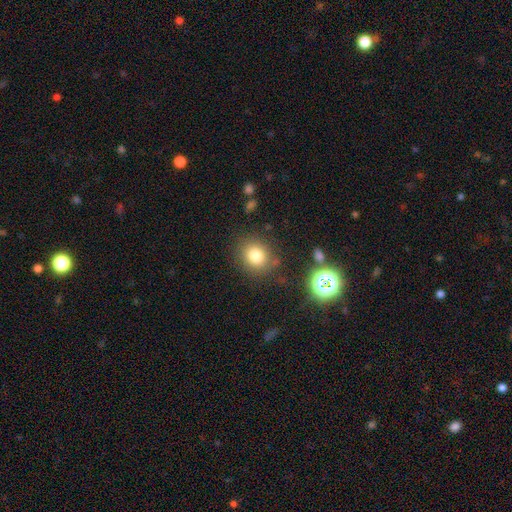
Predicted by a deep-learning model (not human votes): A smooth galaxy with no disk features (79%) that is round (77%).

Vote fractions:
- Smooth or featured? smooth: 79% / star or artifact: 13% / featured or disk: 8%
- How rounded? round: 77% / in between: 22% / cigar-shaped: 1%
- Merging? none: 81% / minor disturbance: 11% / major disturbance: 4% / merger: 4%